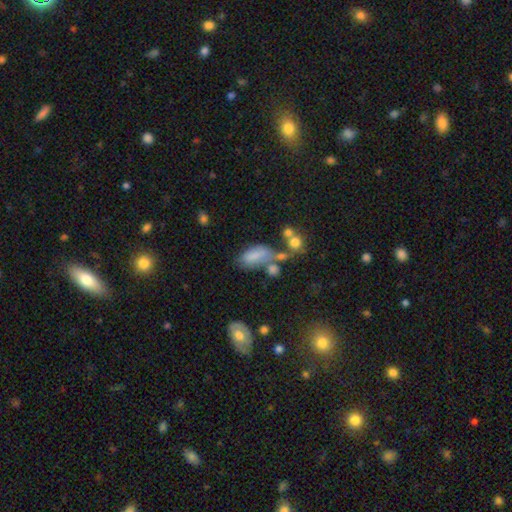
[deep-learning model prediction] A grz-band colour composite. It shows a smooth galaxy with no disk features (70%) that is in between round and cigar-shaped (88%). Merging: none (34%).